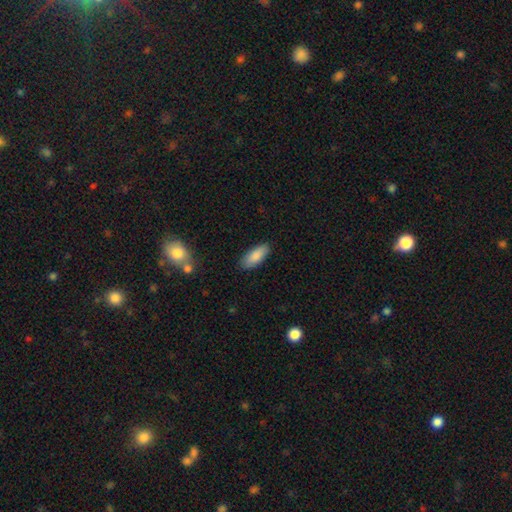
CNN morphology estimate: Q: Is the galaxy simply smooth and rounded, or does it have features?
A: smooth — 87%.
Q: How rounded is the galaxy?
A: in between — 77%.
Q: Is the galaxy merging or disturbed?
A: none — 86%.